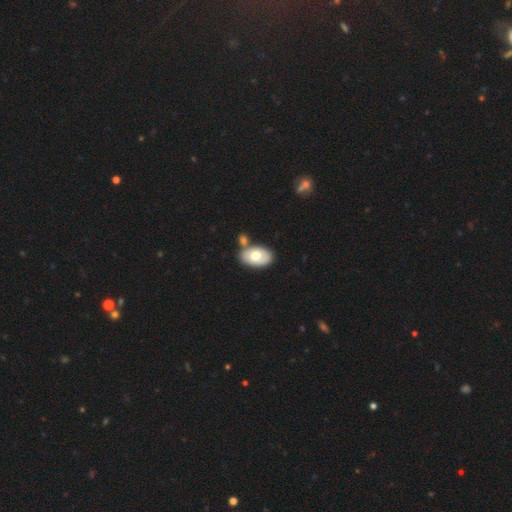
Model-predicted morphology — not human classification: Smooth or featured? smooth (61%)
How rounded? in between (91%)
Merging? none (61%)